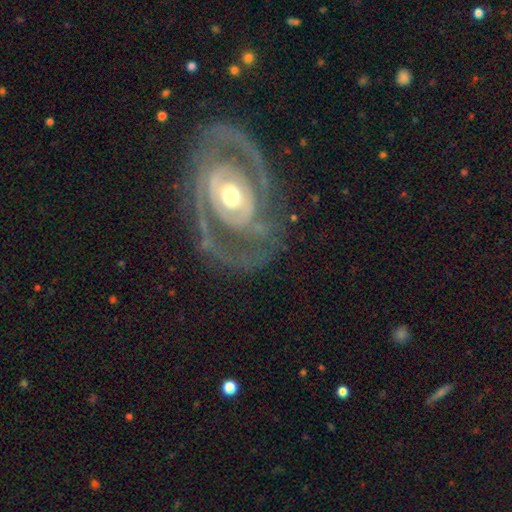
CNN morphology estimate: This is clearly a featured or disk galaxy (87%). It is clearly not viewed edge-on (96%). Bar: possibly no (60%). Spiral arm pattern: clearly yes (83%). Spiral arm count: likely 2 (66%). Spiral winding: possibly tight (53%). Central bulge: likely moderate (68%). Merging: likely none (74%).